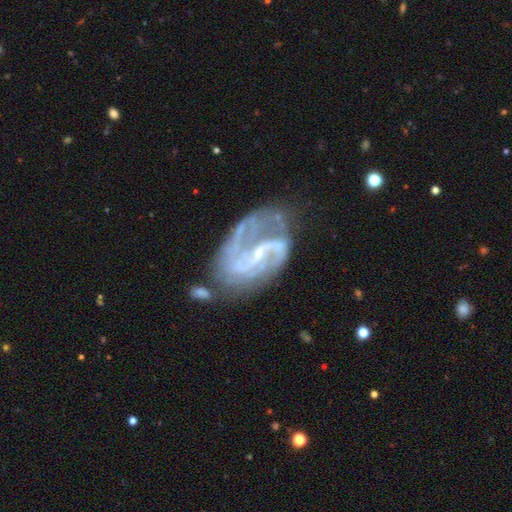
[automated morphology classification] smooth-or-featured: featured or disk: 88% | star or artifact: 6% | smooth: 6%
  disk-edge-on: no: 97% | yes: 3%
    bar: weak: 46% | strong: 28% | no: 26%
    has-spiral-arms: yes: 94% | no: 6%
      spiral-winding: medium: 49% | loose: 26% | tight: 24%
      spiral-arm-count: 2: 66% | can't tell: 13% | 3: 11% | 1: 4% | 4: 3% | more than 4: 3%
    bulge-size: small: 73% | moderate: 15% | none: 10% | large: 1% | dominant: 1%
  merging: none: 48% | minor disturbance: 24% | major disturbance: 19% | merger: 9%